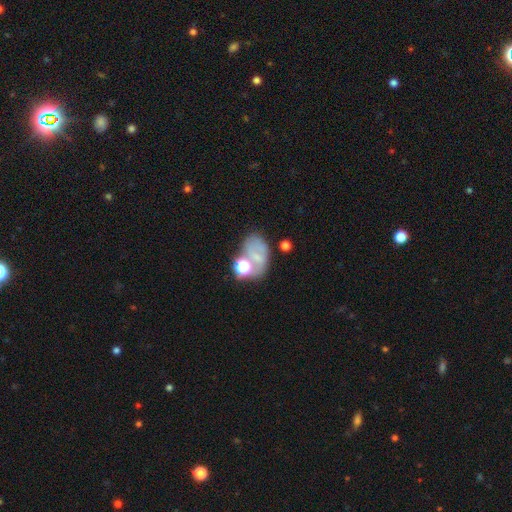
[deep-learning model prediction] smooth_or_featured: smooth (p=0.50) [alt: featured or disk p=0.30]
how_rounded: in between (p=0.72) [alt: round p=0.26]
merging: none (p=0.39) [alt: merger p=0.21]